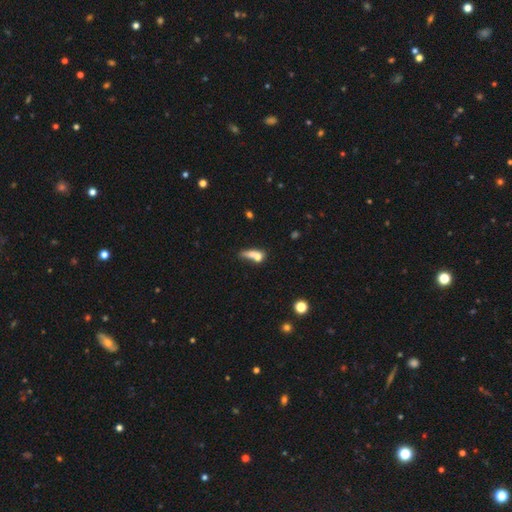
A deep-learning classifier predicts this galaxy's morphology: Q: Smooth or featured?
A: smooth (65%); runner-up: featured or disk (23%)
Q: How rounded?
A: in between (46%); runner-up: cigar-shaped (34%)
Q: Merging?
A: merger (44%); runner-up: none (28%)